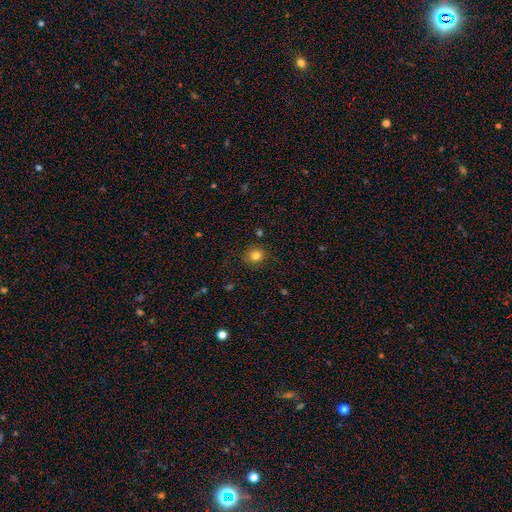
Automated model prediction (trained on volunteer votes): A smooth galaxy with no disk features (82%) that is round (79%).

Vote fractions:
- Smooth or featured? smooth: 82% / star or artifact: 12% / featured or disk: 6%
- How rounded? round: 79% / in between: 20% / cigar-shaped: 1%
- Merging? none: 85% / minor disturbance: 11% / major disturbance: 3% / merger: 2%